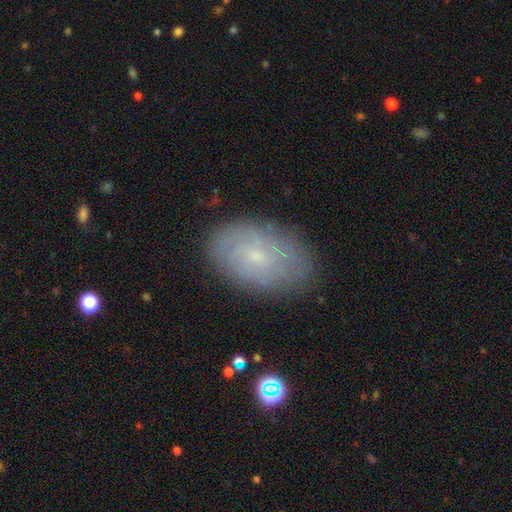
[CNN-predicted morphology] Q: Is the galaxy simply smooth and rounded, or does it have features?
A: featured or disk — 50%.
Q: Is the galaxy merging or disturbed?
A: none — 79%.